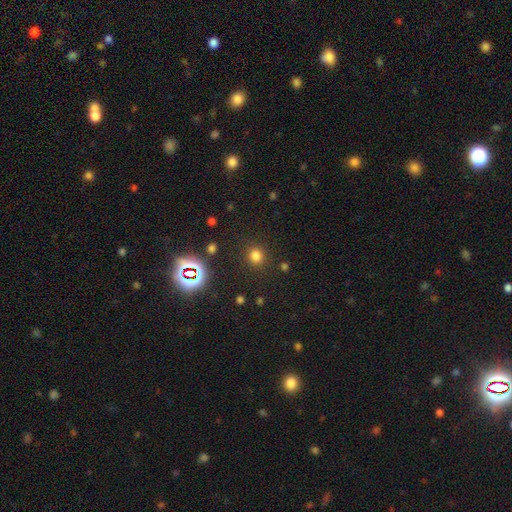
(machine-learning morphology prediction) Smooth or featured?
  - smooth: 75% *
  - star or artifact: 20%
  - featured or disk: 5%
How rounded?
  - round: 85% *
  - in between: 14%
  - cigar-shaped: 1%
Merging?
  - none: 87% *
  - minor disturbance: 8%
  - major disturbance: 4%
  - merger: 2%